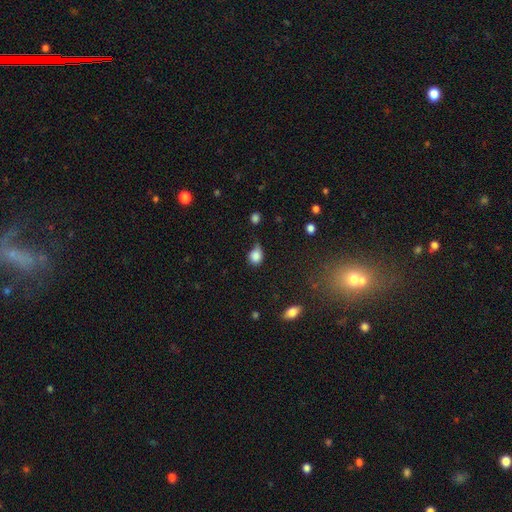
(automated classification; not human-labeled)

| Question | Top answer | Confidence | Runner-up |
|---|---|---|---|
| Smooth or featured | smooth | 83% | star or artifact (9%) |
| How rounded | round | 56% | in between (43%) |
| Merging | minor disturbance | 42% | none (35%) |